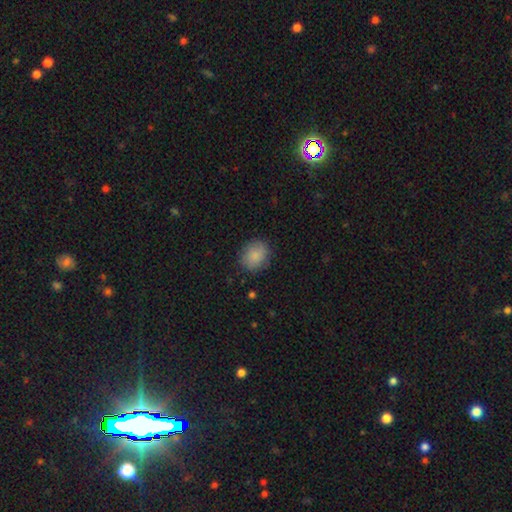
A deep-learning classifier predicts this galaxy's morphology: smooth_or_featured: smooth (p=0.84) [alt: featured or disk p=0.09]
how_rounded: round (p=0.64) [alt: in between p=0.35]
merging: none (p=0.83) [alt: minor disturbance p=0.12]